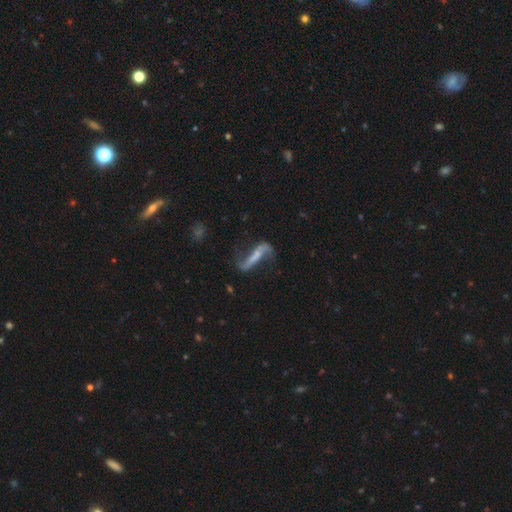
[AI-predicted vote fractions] This appears to be a featured or disk galaxy (74%) with a strong bar (53%), spiral arms (86%) and a small central bulge (44%). Merging: none (52%).